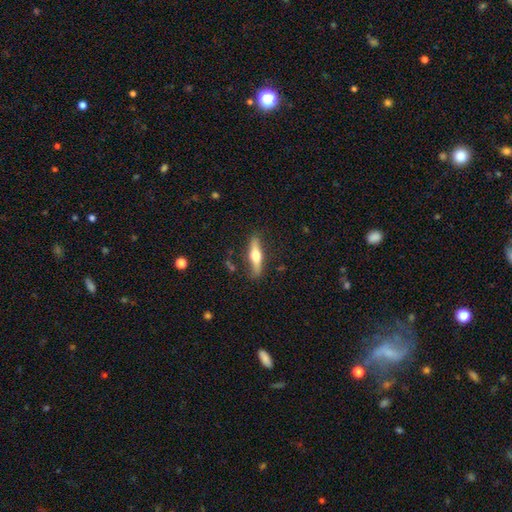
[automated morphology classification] Overall: featured or disk (53%; smooth 42%). Edge-on disk: yes (92%). Merging: none (83%).